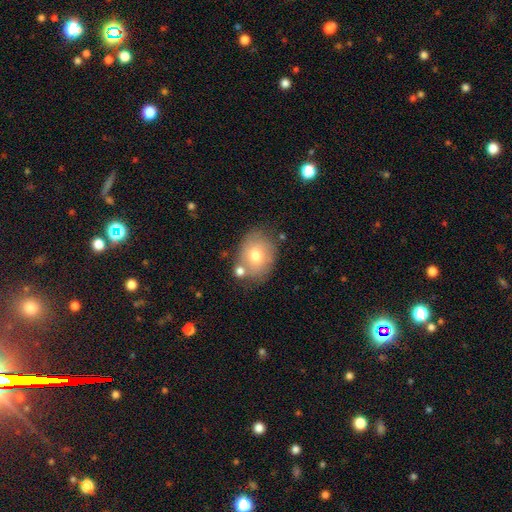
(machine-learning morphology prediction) smooth_or_featured: smooth (p=0.69) [alt: featured or disk p=0.22]
how_rounded: in between (p=0.57) [alt: round p=0.42]
merging: none (p=0.65) [alt: minor disturbance p=0.17]